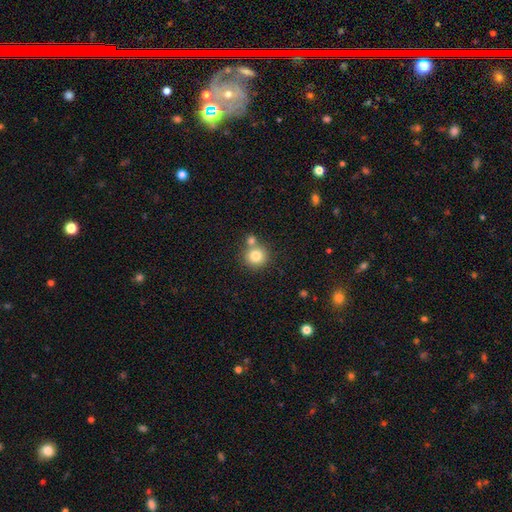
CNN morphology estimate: type=smooth (80%); roundness=round (92%); merging=none (62%).